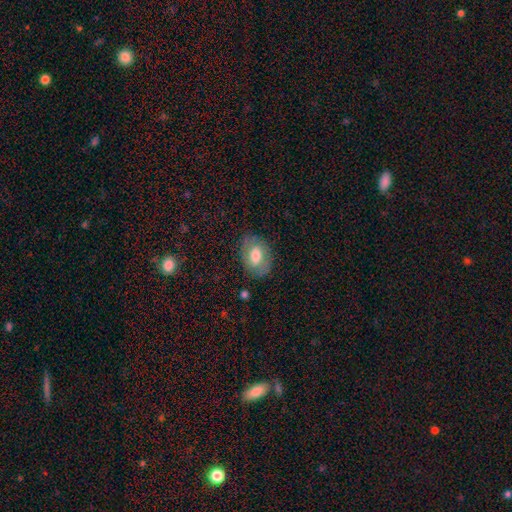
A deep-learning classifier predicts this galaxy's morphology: A smooth galaxy with no disk features (64%) that is in between round and cigar-shaped (82%).

Vote fractions:
- Smooth or featured? smooth: 64% / featured or disk: 29% / star or artifact: 7%
- How rounded? in between: 82% / round: 17% / cigar-shaped: 1%
- Merging? none: 76% / minor disturbance: 17% / major disturbance: 6% / merger: 2%